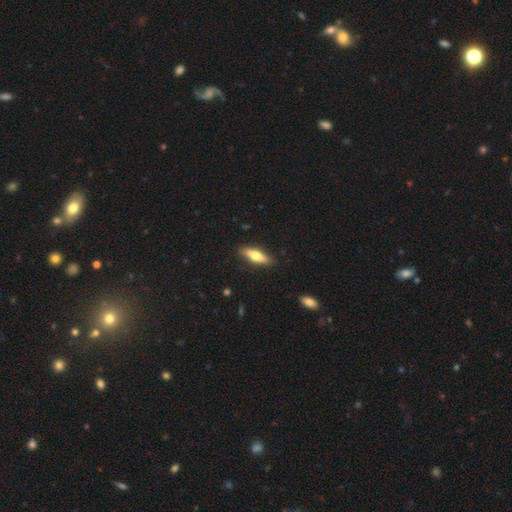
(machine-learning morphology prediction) A smooth galaxy with no disk features (58%) that is cigar-shaped (51%).

Vote fractions:
- Smooth or featured? smooth: 58% / featured or disk: 36% / star or artifact: 6%
- How rounded? cigar-shaped: 51% / in between: 47% / round: 2%
- Merging? none: 87% / minor disturbance: 9% / major disturbance: 2% / merger: 1%